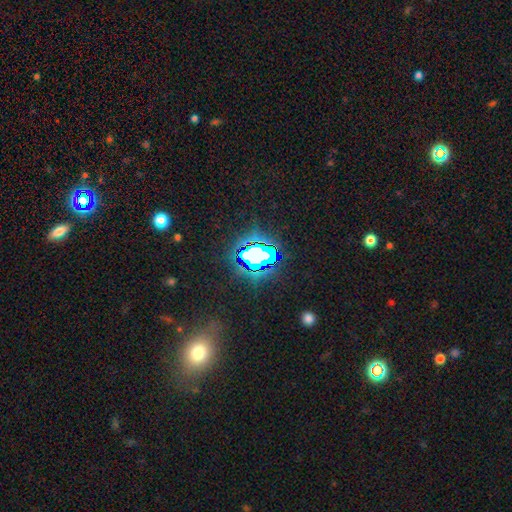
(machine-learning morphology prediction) Smooth or featured: star or artifact — 72% (smooth — 16%)